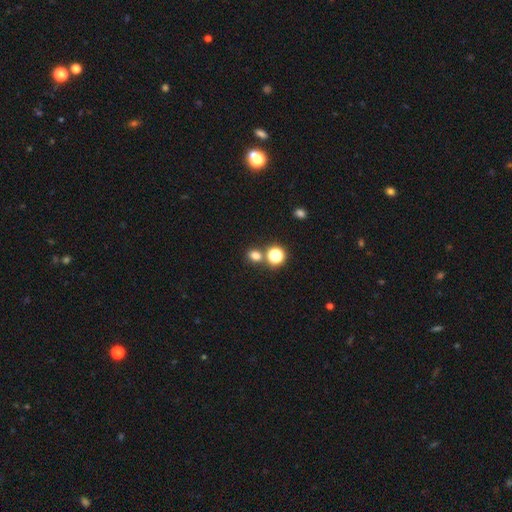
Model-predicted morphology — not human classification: This appears to be a smooth galaxy with no disk features (73%) that is round (60%). Merging: none (70%).